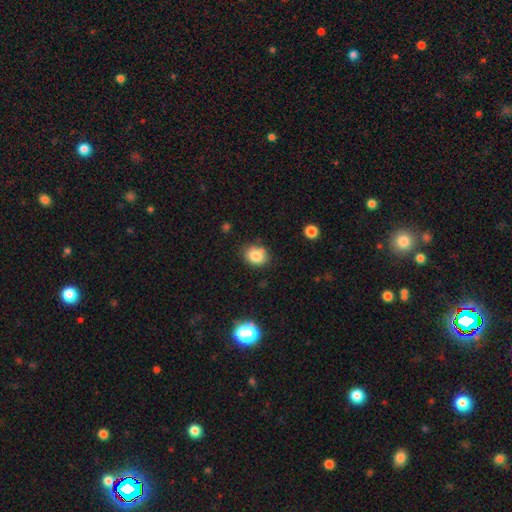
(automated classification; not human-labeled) smooth_or_featured: smooth (p=0.81) [alt: star or artifact p=0.11]
how_rounded: round (p=0.55) [alt: in between p=0.44]
merging: none (p=0.72) [alt: minor disturbance p=0.18]